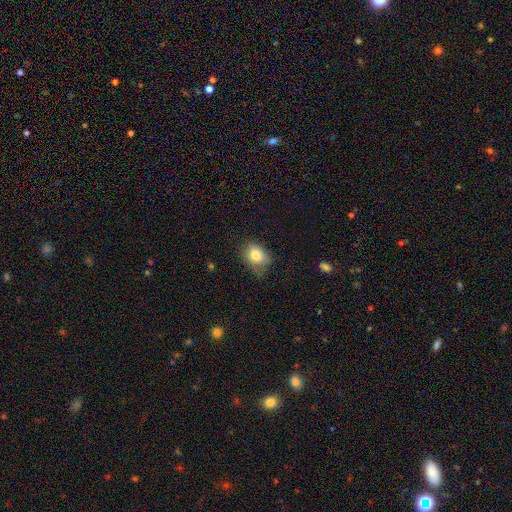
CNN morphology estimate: A smooth galaxy with no disk features (80%) that is in between round and cigar-shaped (64%).

Vote fractions:
- Smooth or featured? smooth: 80% / featured or disk: 10% / star or artifact: 10%
- How rounded? in between: 64% / round: 35% / cigar-shaped: 1%
- Merging? none: 62% / minor disturbance: 29% / major disturbance: 7% / merger: 2%